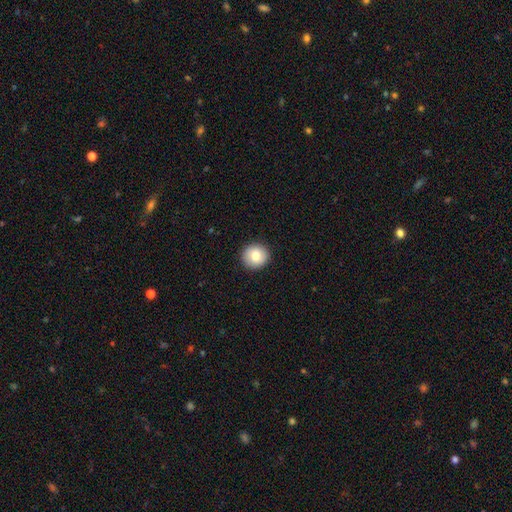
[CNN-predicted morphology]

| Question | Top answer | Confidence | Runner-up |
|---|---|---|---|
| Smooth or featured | smooth | 79% | featured or disk (13%) |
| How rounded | round | 92% | in between (7%) |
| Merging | none | 92% | minor disturbance (6%) |